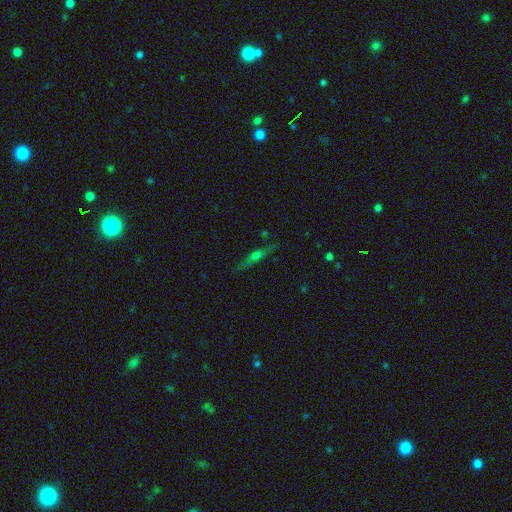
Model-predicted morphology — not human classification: A featured or disk galaxy (61%) viewed edge-on (94%) with a rounded central bulge (78%). Merging: none (84%).